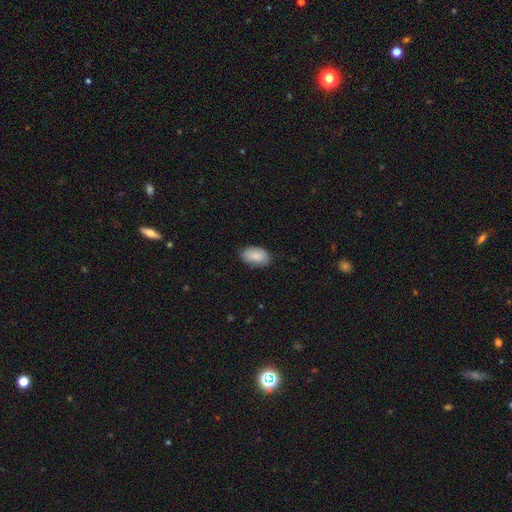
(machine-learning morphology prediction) Overall: smooth (88%). How rounded: in between (93%). Merging: none (82%).